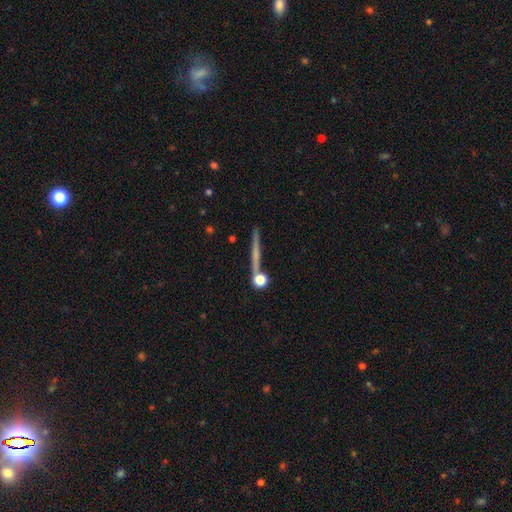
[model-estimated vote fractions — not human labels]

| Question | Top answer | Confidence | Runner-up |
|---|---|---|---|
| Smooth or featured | featured or disk | 52% | smooth (38%) |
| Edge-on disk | yes | 96% | no (4%) |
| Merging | none | 81% | minor disturbance (9%) |